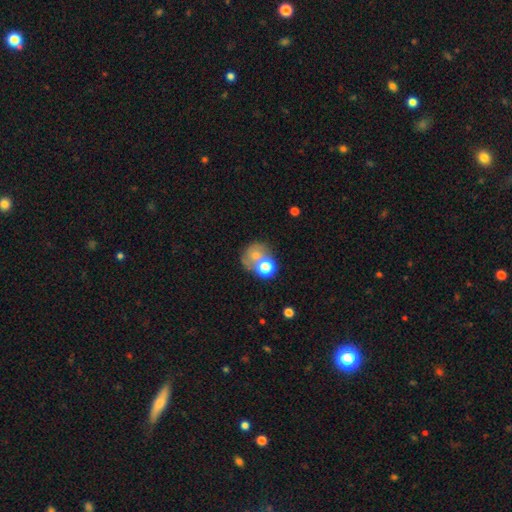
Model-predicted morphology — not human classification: A smooth galaxy with no disk features (61%) that is round (70%). Merging: merger (41%).